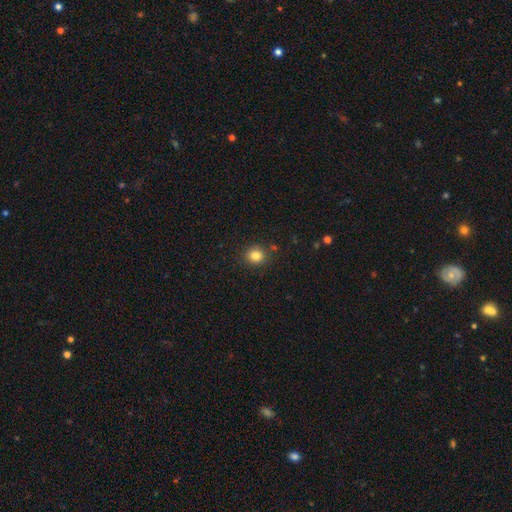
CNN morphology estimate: A smooth galaxy with no disk features (82%) that is round (84%).

Vote fractions:
- Smooth or featured? smooth: 82% / star or artifact: 12% / featured or disk: 5%
- How rounded? round: 84% / in between: 15% / cigar-shaped: 1%
- Merging? none: 87% / minor disturbance: 8% / merger: 2% / major disturbance: 2%